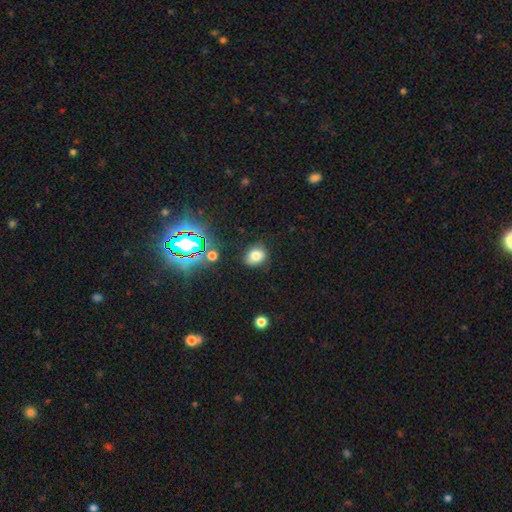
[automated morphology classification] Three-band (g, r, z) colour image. It shows a smooth galaxy with no disk features (77%) that is in between round and cigar-shaped (51%). Merging: none (79%).